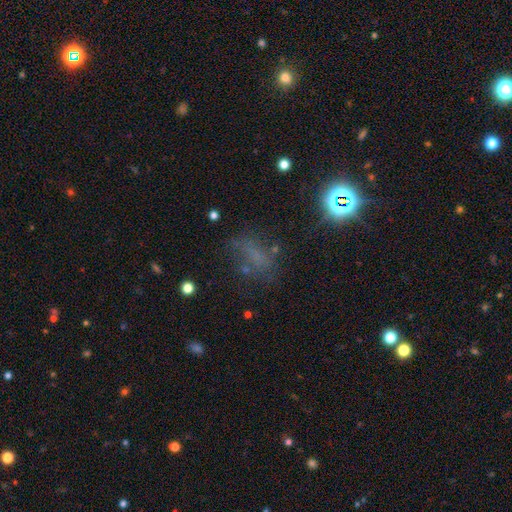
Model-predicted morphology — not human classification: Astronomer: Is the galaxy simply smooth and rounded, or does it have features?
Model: smooth — 40% (runner-up: star or artifact, 38%).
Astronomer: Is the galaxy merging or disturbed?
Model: none — 55%.